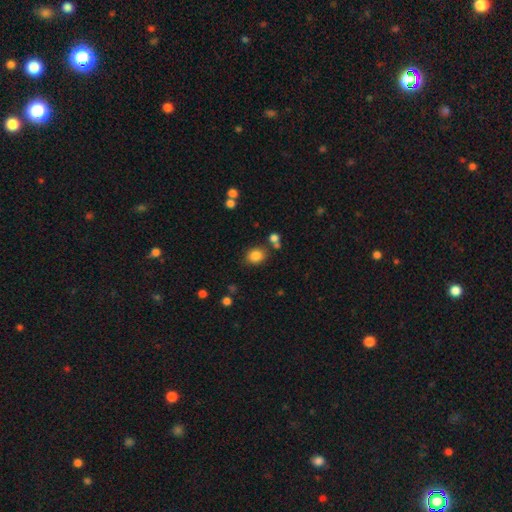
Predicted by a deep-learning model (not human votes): A smooth galaxy with no disk features (84%) that is round (61%).

Vote fractions:
- Smooth or featured? smooth: 84% / star or artifact: 11% / featured or disk: 5%
- How rounded? round: 61% / in between: 38% / cigar-shaped: 1%
- Merging? none: 78% / minor disturbance: 11% / merger: 7% / major disturbance: 4%